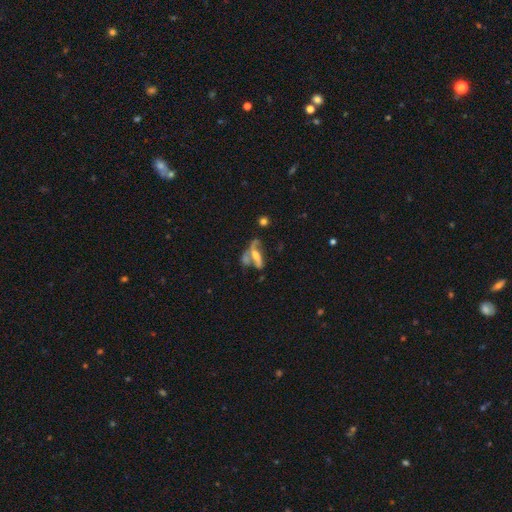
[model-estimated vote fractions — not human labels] Overall: featured or disk (58%; smooth 31%). Edge-on disk: no (69%; yes 31%). Merging: merger (35%; none 27%).